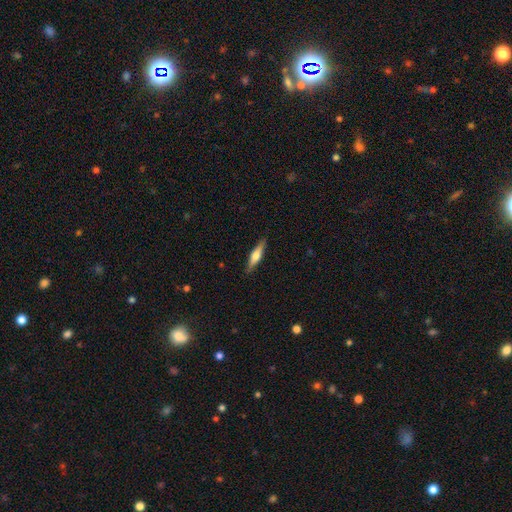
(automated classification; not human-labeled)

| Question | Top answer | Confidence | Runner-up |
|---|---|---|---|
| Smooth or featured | smooth | 50% | featured or disk (44%) |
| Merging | none | 88% | minor disturbance (9%) |